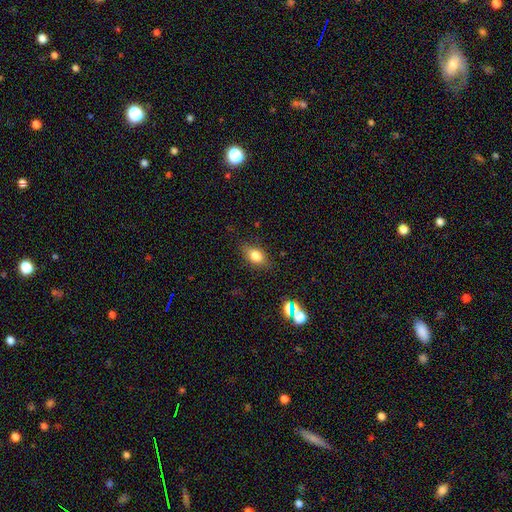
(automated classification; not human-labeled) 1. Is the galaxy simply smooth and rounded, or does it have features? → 78% smooth, 12% featured or disk, 10% star or artifact.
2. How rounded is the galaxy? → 80% in between, 16% round, 4% cigar-shaped.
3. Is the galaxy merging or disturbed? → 81% none, 14% minor disturbance, 4% major disturbance, 2% merger.